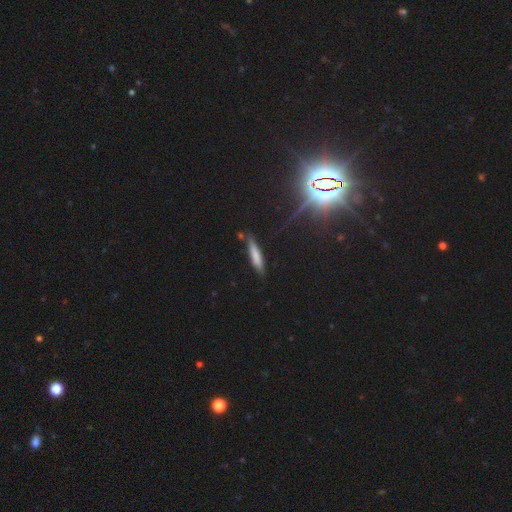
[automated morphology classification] Overall: smooth (72%). How rounded: cigar-shaped (88%). Merging: none (80%).